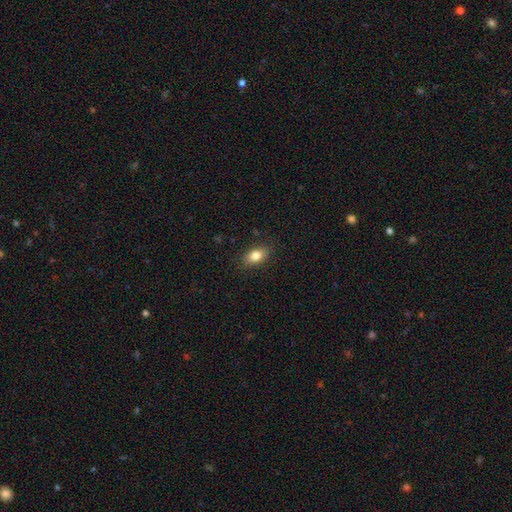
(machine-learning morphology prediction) A smooth galaxy with no disk features (81%) that is in between round and cigar-shaped (86%). Merging: none (86%).